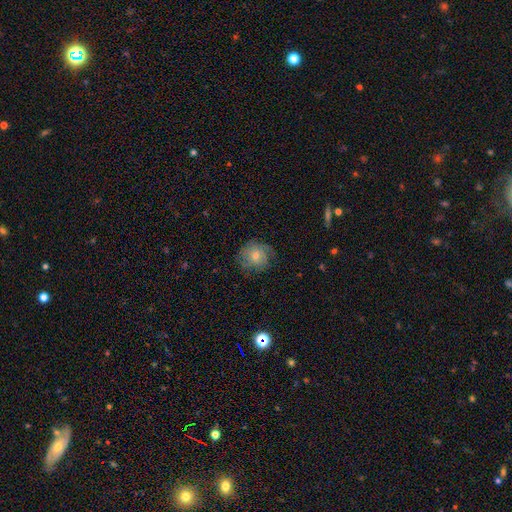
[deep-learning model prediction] This appears to be a smooth galaxy with no disk features (46%). Merging: none (73%).